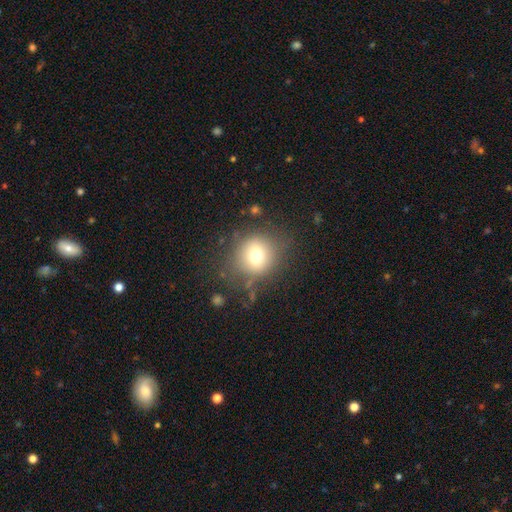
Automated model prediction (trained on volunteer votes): Smooth or featured: smooth — 71% (featured or disk — 15%)
How rounded: round — 86% (in between — 13%)
Merging: none — 77% (minor disturbance — 13%)